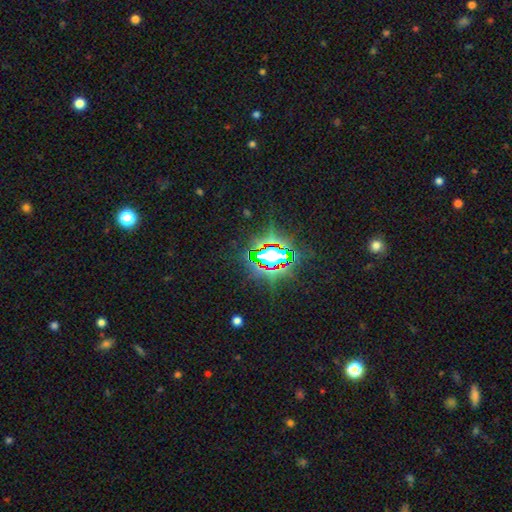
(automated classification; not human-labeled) Overall: star or artifact (83%).